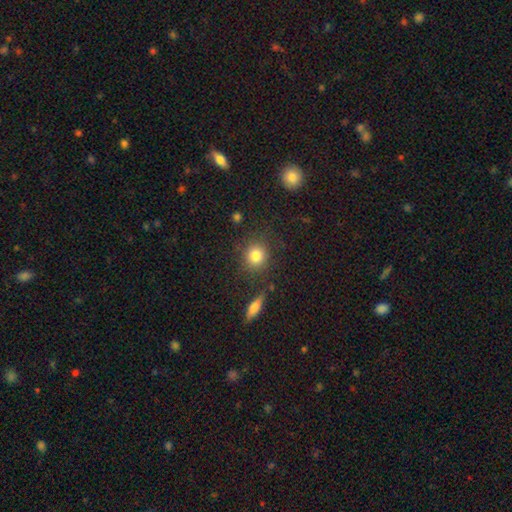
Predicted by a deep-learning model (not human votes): smooth_or_featured: smooth (p=0.82) [alt: star or artifact p=0.11]
how_rounded: round (p=0.84) [alt: in between p=0.15]
merging: none (p=0.82) [alt: minor disturbance p=0.10]